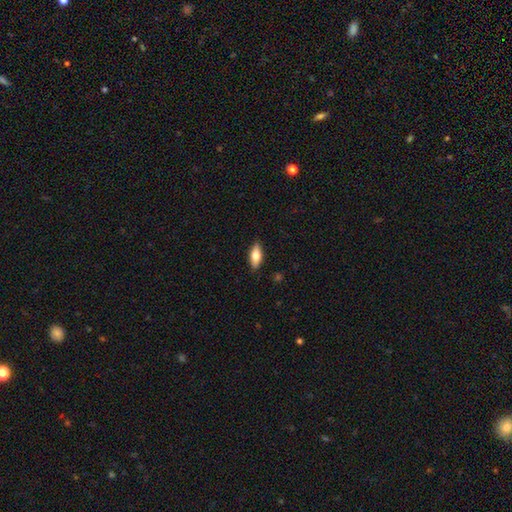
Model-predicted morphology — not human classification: Smooth or featured?
  - smooth: 66% *
  - featured or disk: 27%
  - star or artifact: 6%
How rounded?
  - in between: 71% *
  - cigar-shaped: 26%
  - round: 3%
Merging?
  - none: 88% *
  - minor disturbance: 9%
  - major disturbance: 2%
  - merger: 1%